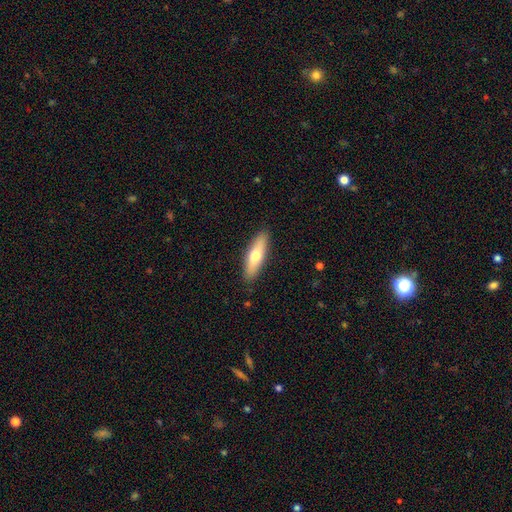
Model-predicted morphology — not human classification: smooth-or-featured: smooth: 65% | featured or disk: 30% | star or artifact: 5%
  how-rounded: cigar-shaped: 61% | in between: 37% | round: 2%
  merging: none: 89% | minor disturbance: 8% | major disturbance: 2% | merger: 1%